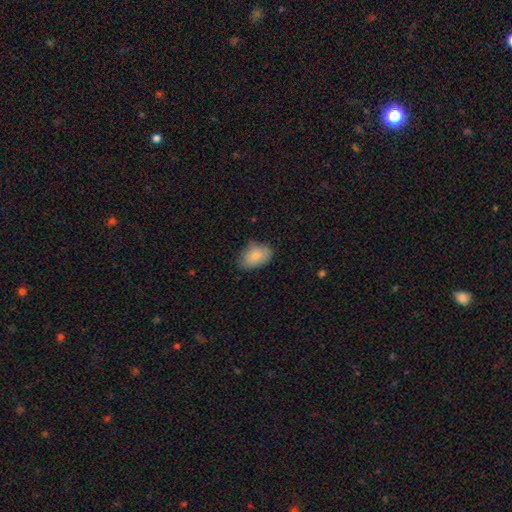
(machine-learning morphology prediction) This appears to be a smooth galaxy with no disk features (81%) that is in between round and cigar-shaped (88%). Merging: none (69%).